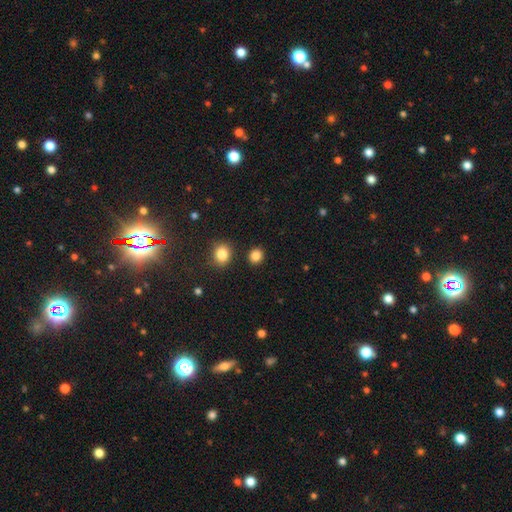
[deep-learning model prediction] Smooth or featured? smooth (85%)
How rounded? round (81%)
Merging? none (88%)